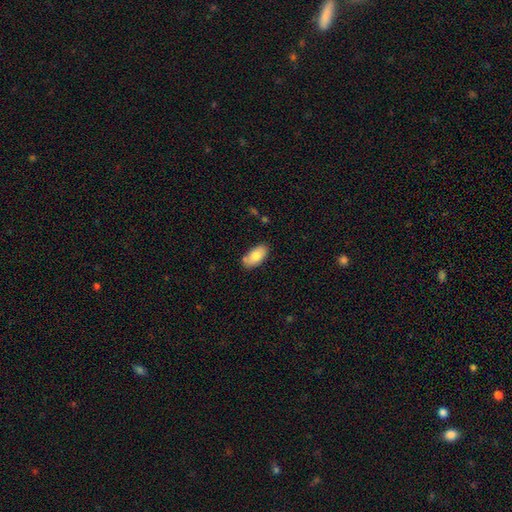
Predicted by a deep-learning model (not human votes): A smooth galaxy with no disk features (81%) that is in between round and cigar-shaped (94%).

Vote fractions:
- Smooth or featured? smooth: 81% / featured or disk: 13% / star or artifact: 6%
- How rounded? in between: 94% / cigar-shaped: 3% / round: 3%
- Merging? none: 75% / minor disturbance: 17% / merger: 6% / major disturbance: 3%